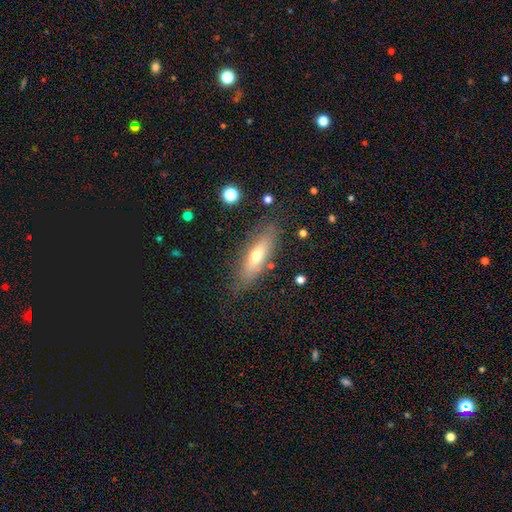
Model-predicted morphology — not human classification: smooth 53%, featured or disk 38%, star or artifact 8%. Down the decision tree: how rounded — cigar-shaped (48%, tied with in between); merging — none (79%).